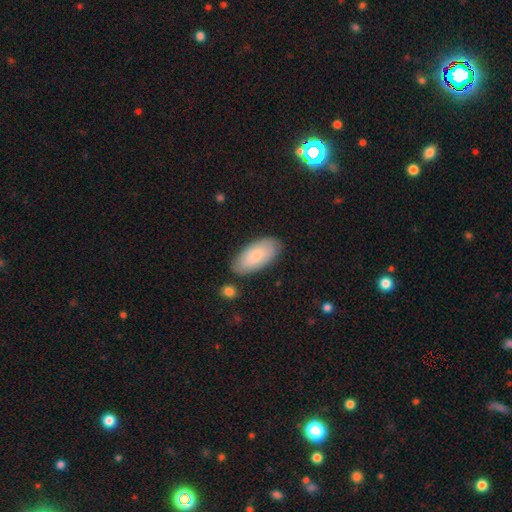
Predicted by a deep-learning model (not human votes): smooth-or-featured: smooth: 76% | featured or disk: 19% | star or artifact: 6%
  how-rounded: in between: 93% | cigar-shaped: 5% | round: 2%
  merging: none: 81% | minor disturbance: 14% | major disturbance: 3% | merger: 3%